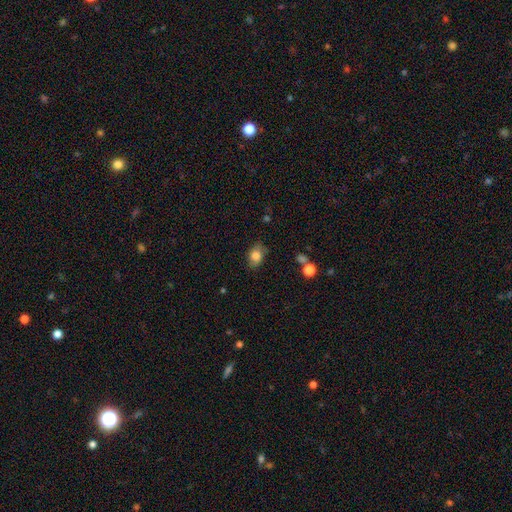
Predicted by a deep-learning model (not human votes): This appears to be a smooth galaxy with no disk features (81%) that is in between round and cigar-shaped (73%). Merging: none (76%).